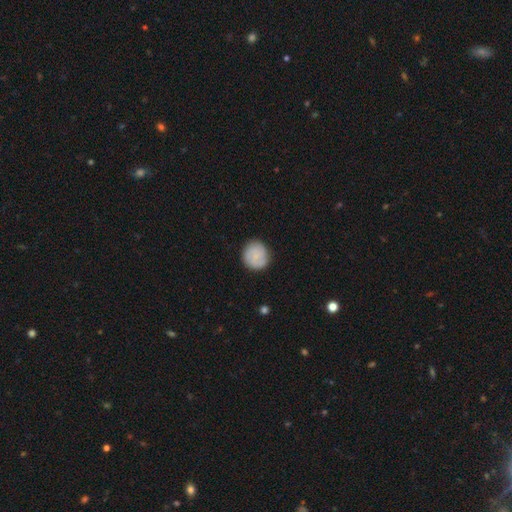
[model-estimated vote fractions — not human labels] A smooth galaxy with no disk features (70%) that is round (90%).

Vote fractions:
- Smooth or featured? smooth: 70% / featured or disk: 23% / star or artifact: 7%
- How rounded? round: 90% / in between: 9% / cigar-shaped: 1%
- Merging? none: 85% / minor disturbance: 11% / major disturbance: 3% / merger: 1%